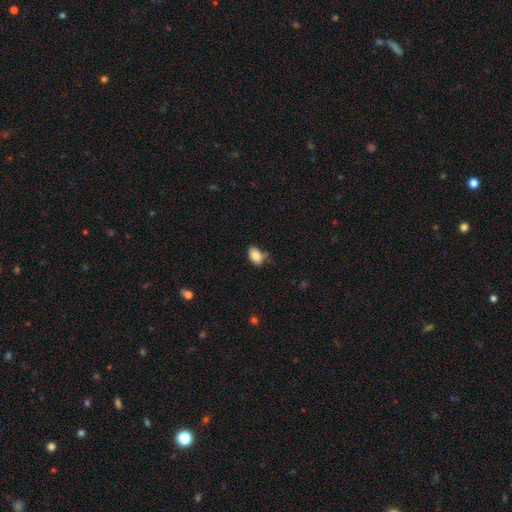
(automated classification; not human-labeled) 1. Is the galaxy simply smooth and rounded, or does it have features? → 85% smooth, 8% star or artifact, 7% featured or disk.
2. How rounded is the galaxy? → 89% in between, 10% round, 2% cigar-shaped.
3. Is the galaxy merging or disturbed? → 63% none, 26% minor disturbance, 6% merger, 5% major disturbance.